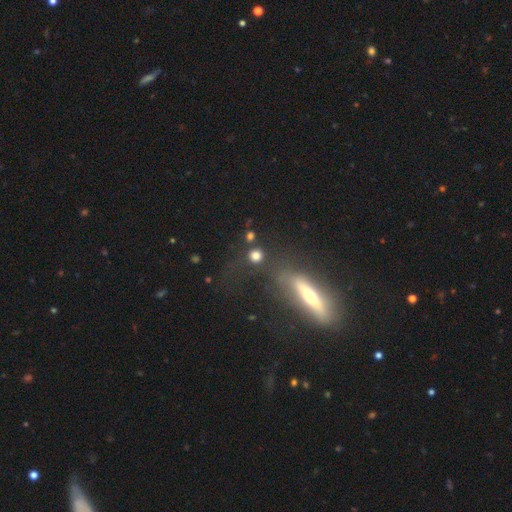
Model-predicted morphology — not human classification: Overall: smooth (76%). How rounded: round (86%). Merging: none (72%).